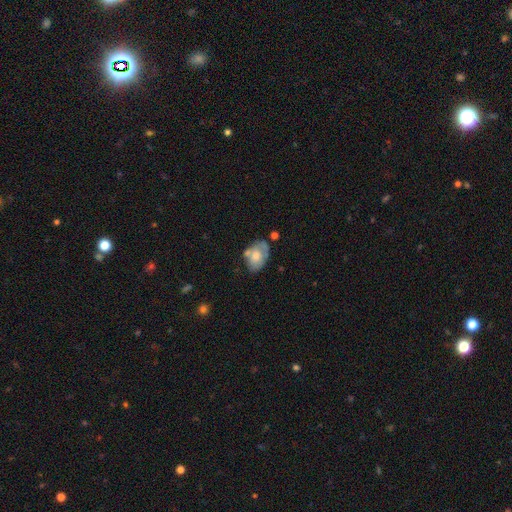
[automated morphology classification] Smooth or featured?
  - smooth: 54% *
  - featured or disk: 39%
  - star or artifact: 7%
How rounded?
  - in between: 84% *
  - round: 15%
  - cigar-shaped: 1%
Merging?
  - none: 44% *
  - minor disturbance: 28%
  - merger: 16%
  - major disturbance: 12%